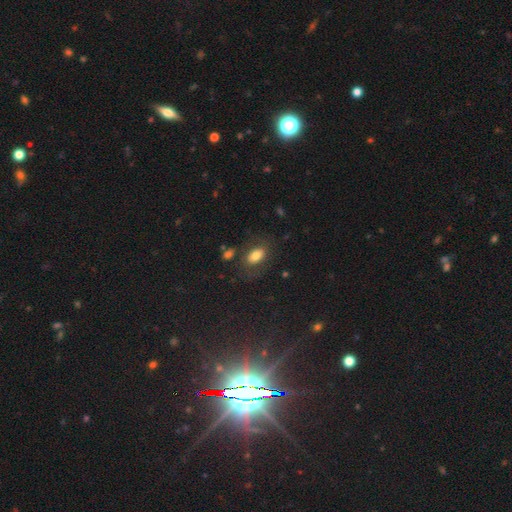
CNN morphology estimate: Q: Smooth or featured?
A: smooth (75%); runner-up: featured or disk (15%)
Q: How rounded?
A: in between (89%); runner-up: round (8%)
Q: Merging?
A: none (72%); runner-up: minor disturbance (16%)